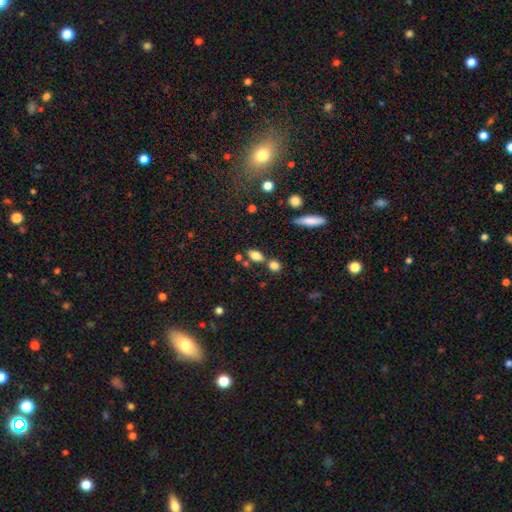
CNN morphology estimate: Q: Smooth or featured?
A: smooth (79%); runner-up: featured or disk (11%)
Q: How rounded?
A: in between (81%); runner-up: round (11%)
Q: Merging?
A: none (61%); runner-up: merger (22%)